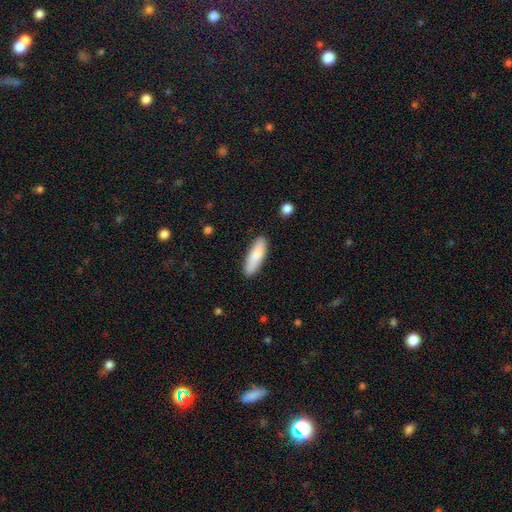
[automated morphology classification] The model was most divided on "how rounded": cigar-shaped: 55%, in between: 43%, round: 2%. More confident: merging — none (88%); smooth or featured — smooth (85%).